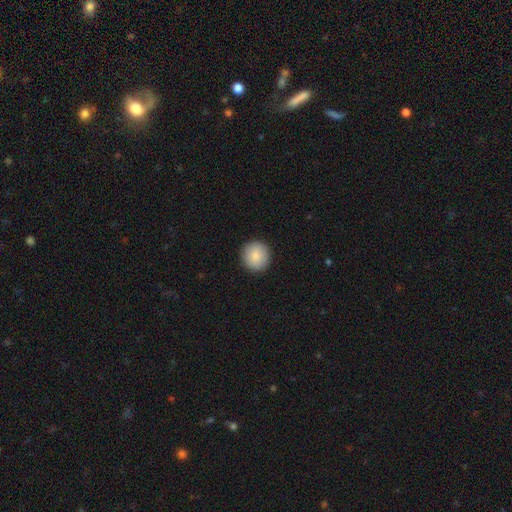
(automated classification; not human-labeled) Smooth or featured? Predicted: smooth (p=0.86). How rounded? Predicted: round (p=0.94). Merging? Predicted: none (p=0.92).